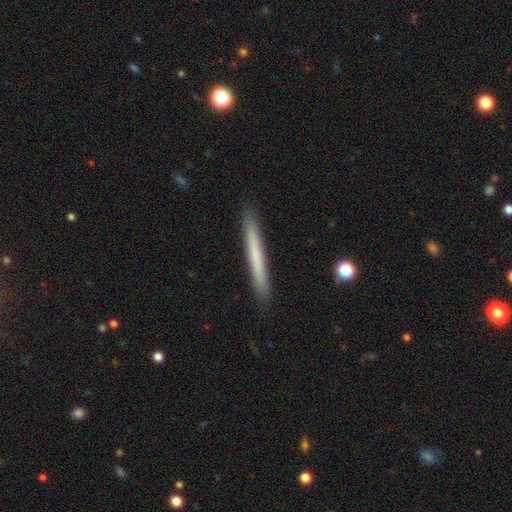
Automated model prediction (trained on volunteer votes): smooth 64%, featured or disk 30%, star or artifact 6%. Down the decision tree: how rounded — cigar-shaped (97%); merging — none (92%).